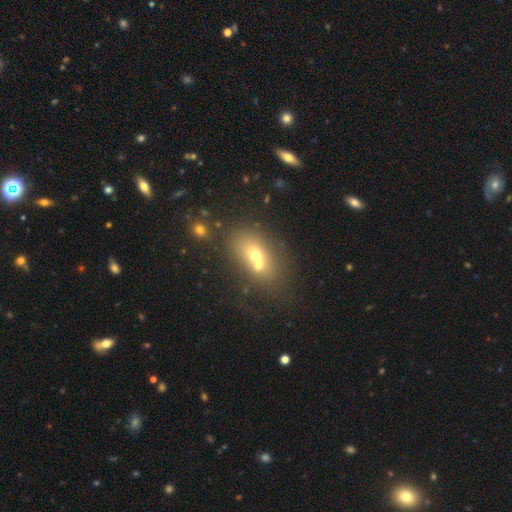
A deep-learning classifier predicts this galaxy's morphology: smooth_or_featured: smooth (p=0.56) [alt: featured or disk p=0.28]
how_rounded: in between (p=0.64) [alt: round p=0.33]
merging: merger (p=0.57) [alt: none p=0.30]